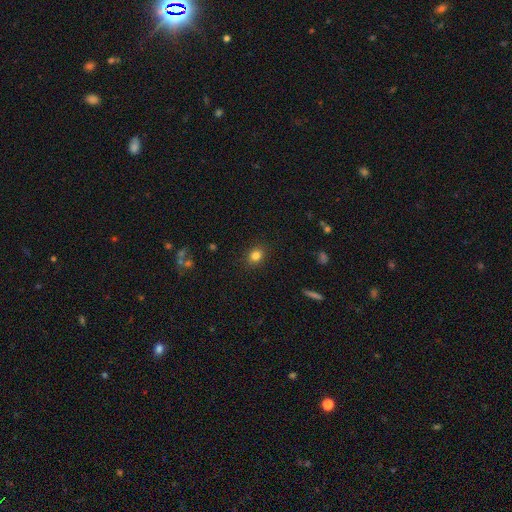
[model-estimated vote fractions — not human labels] This is clearly a smooth galaxy (82%). How rounded: likely round (66%). Merging: clearly none (89%).